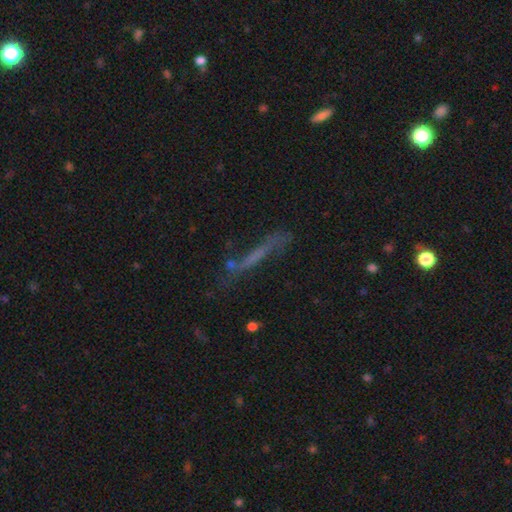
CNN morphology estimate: Smooth or featured? featured or disk (44%)
Merging? none (54%)